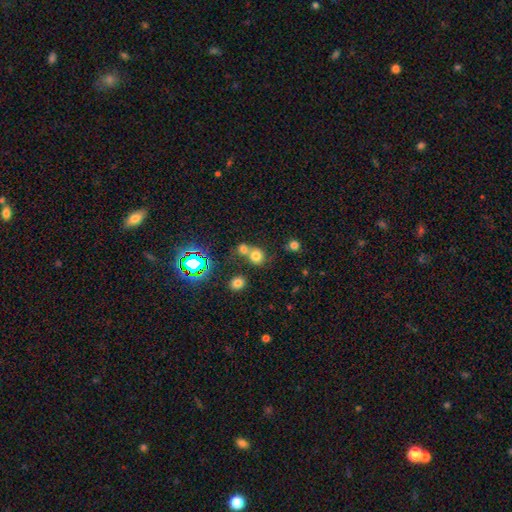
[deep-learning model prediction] This appears to be a smooth galaxy with no disk features (71%) that is round (79%). Merging: none (46%).